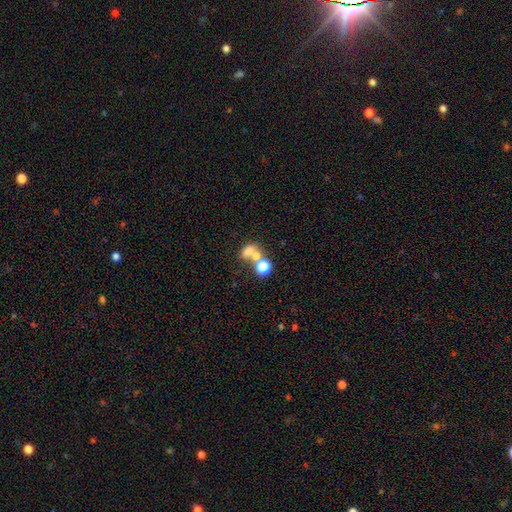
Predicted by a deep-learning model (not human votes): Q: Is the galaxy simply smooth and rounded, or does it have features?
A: smooth — 65%.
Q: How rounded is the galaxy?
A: in between — 56%.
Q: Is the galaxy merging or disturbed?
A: merger — 56%.